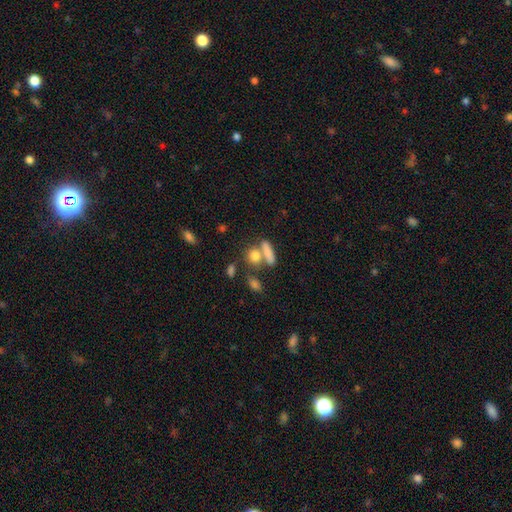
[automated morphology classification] A smooth galaxy with no disk features (77%) that is round (44%). Merging: none (51%).